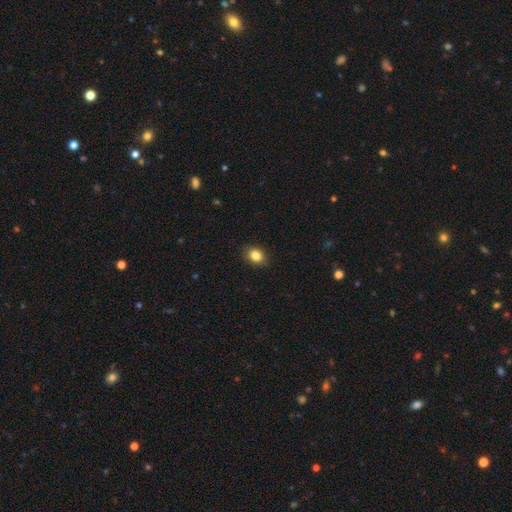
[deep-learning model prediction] Smooth or featured: smooth — 84% (star or artifact — 10%)
How rounded: in between — 58% (round — 41%)
Merging: none — 87% (minor disturbance — 10%)